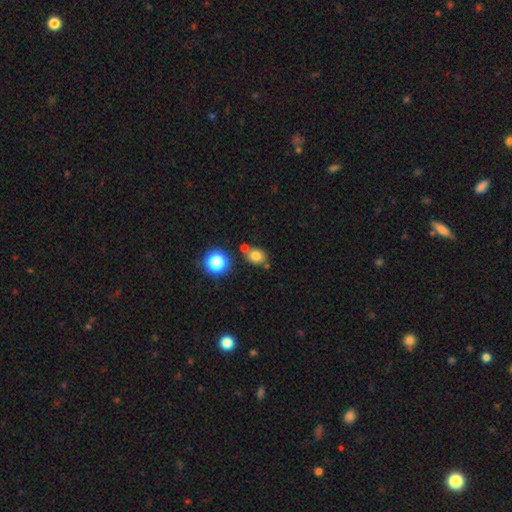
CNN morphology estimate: This appears to be a smooth galaxy with no disk features (76%) that is round (57%). Merging: none (68%).